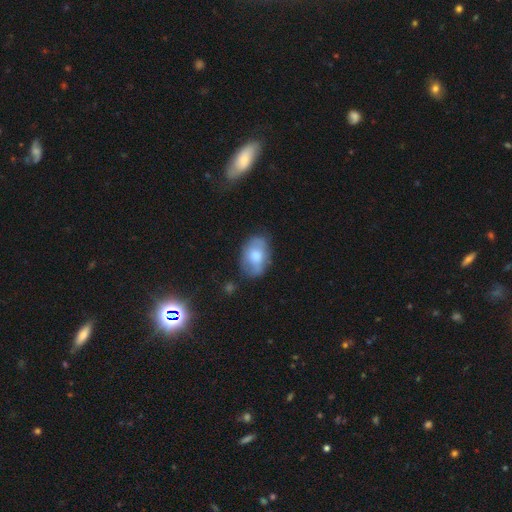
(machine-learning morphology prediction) The model was most divided on "smooth or featured": smooth: 62%, featured or disk: 31%, star or artifact: 7%. More confident: how rounded — in between (87%); merging — none (70%).